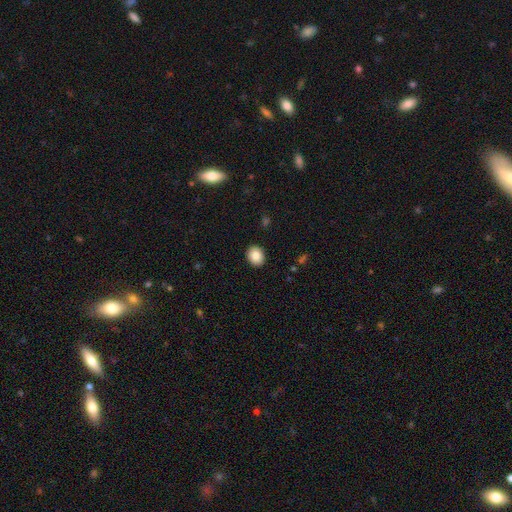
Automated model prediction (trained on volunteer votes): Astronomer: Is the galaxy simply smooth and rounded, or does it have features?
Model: smooth — 86%.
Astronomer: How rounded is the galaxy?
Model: round — 59% (runner-up: in between, 40%).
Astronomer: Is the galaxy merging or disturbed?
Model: none — 91%.